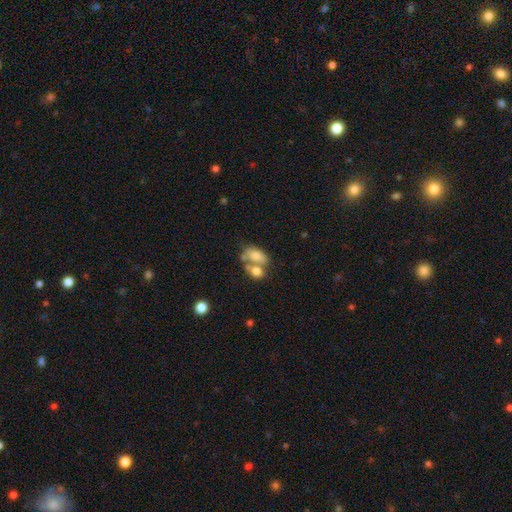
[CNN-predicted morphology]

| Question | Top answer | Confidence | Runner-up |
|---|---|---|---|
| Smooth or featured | smooth | 73% | featured or disk (18%) |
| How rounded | in between | 87% | round (10%) |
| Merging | merger | 52% | none (29%) |